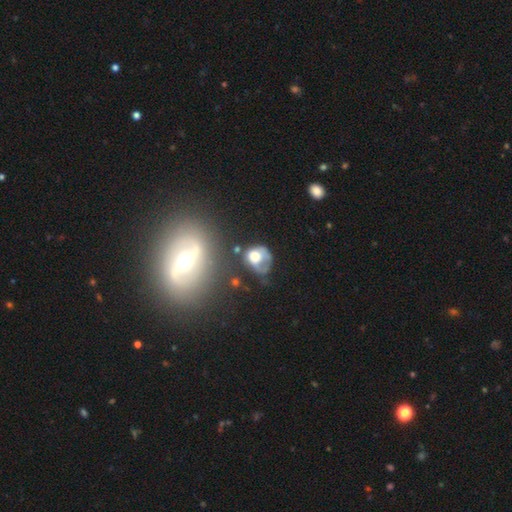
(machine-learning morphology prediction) This is possibly a featured or disk galaxy (49%). Merging: possibly none (56%).